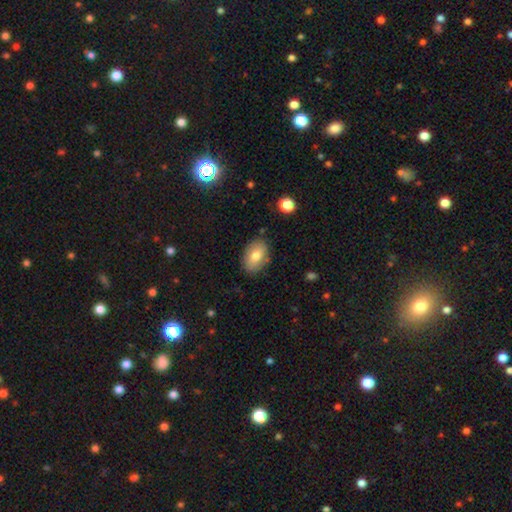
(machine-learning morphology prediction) smooth_or_featured: smooth (p=0.77) [alt: featured or disk p=0.15]
how_rounded: in between (p=0.89) [alt: round p=0.09]
merging: none (p=0.82) [alt: minor disturbance p=0.13]